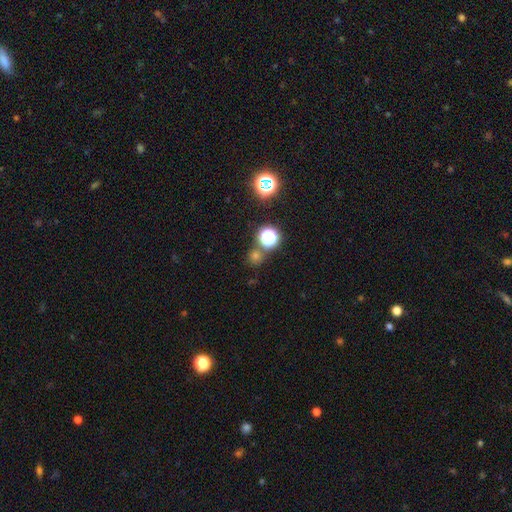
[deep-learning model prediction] Morphology: type=smooth (54%); roundness=round (89%); merging=none (74%).